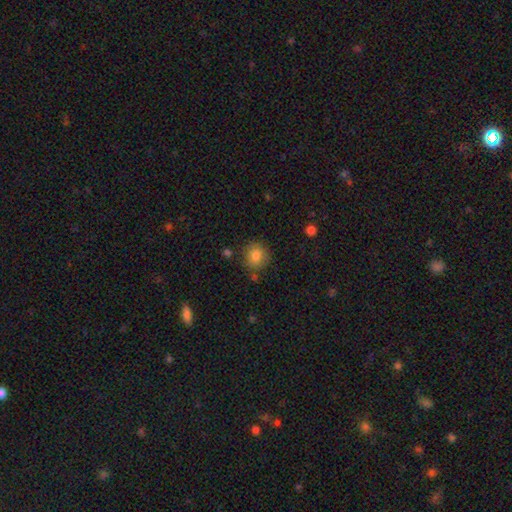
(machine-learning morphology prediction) A smooth galaxy with no disk features (83%) that is round (84%).

Vote fractions:
- Smooth or featured? smooth: 83% / star or artifact: 10% / featured or disk: 8%
- How rounded? round: 84% / in between: 15% / cigar-shaped: 1%
- Merging? none: 79% / minor disturbance: 13% / merger: 4% / major disturbance: 3%